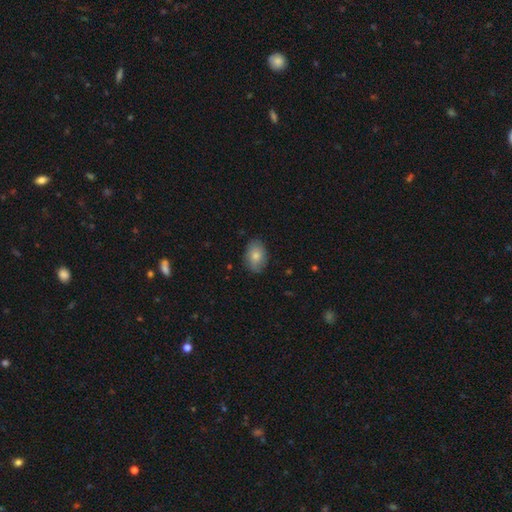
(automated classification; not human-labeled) Morphology: type=smooth (79%); roundness=in between (83%); merging=none (83%).